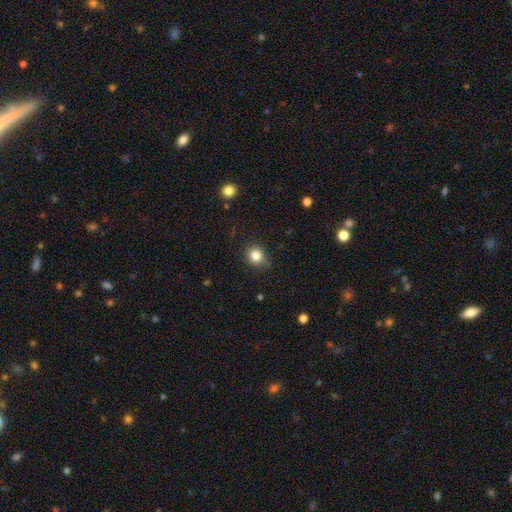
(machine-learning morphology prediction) This is clearly a smooth galaxy (83%). How rounded: likely round (80%). Merging: likely none (80%).